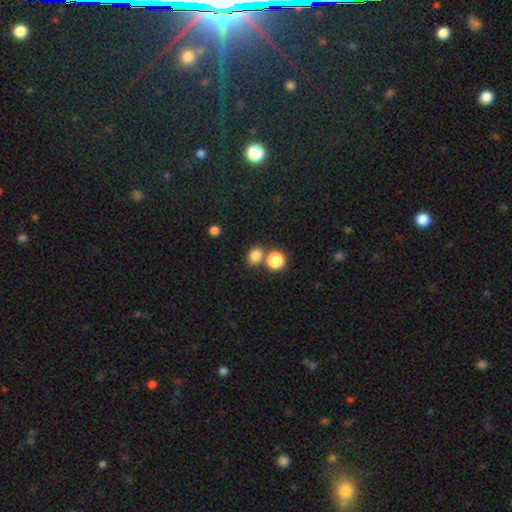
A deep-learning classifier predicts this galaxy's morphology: Smooth or featured?
  - smooth: 81% *
  - star or artifact: 14%
  - featured or disk: 5%
How rounded?
  - round: 63% *
  - in between: 36%
  - cigar-shaped: 1%
Merging?
  - none: 64% *
  - merger: 24%
  - minor disturbance: 9%
  - major disturbance: 3%